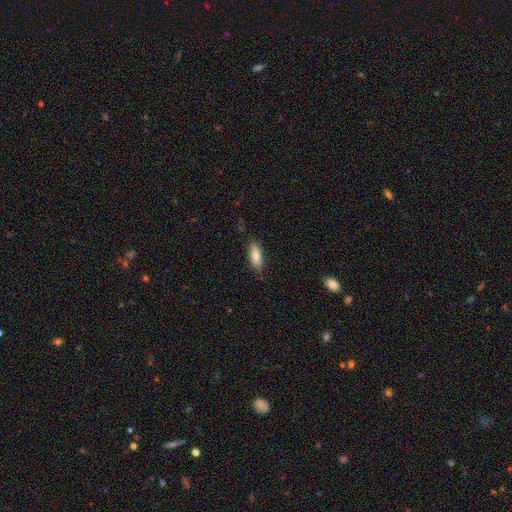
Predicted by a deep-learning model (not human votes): This appears to be a smooth galaxy with no disk features (78%) that is in between round and cigar-shaped (74%). Merging: none (81%).